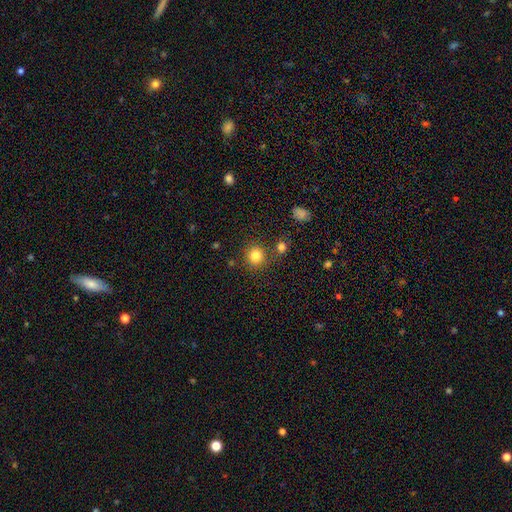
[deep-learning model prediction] Morphology: type=smooth (82%); roundness=round (90%); merging=none (79%).